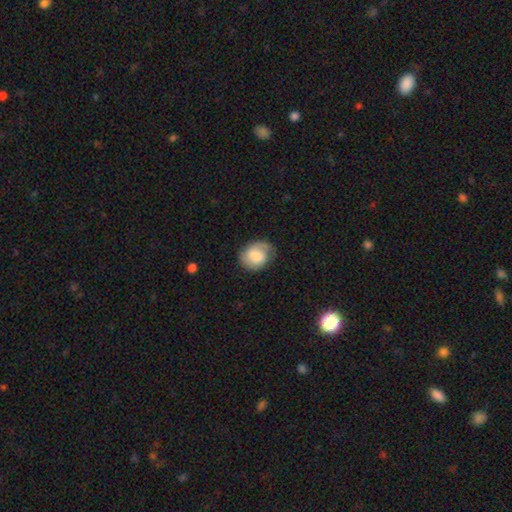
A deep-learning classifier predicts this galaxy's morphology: smooth-or-featured: smooth: 63% | featured or disk: 30% | star or artifact: 8%
  how-rounded: round: 57% | in between: 42% | cigar-shaped: 1%
  merging: none: 69% | minor disturbance: 22% | major disturbance: 7% | merger: 1%